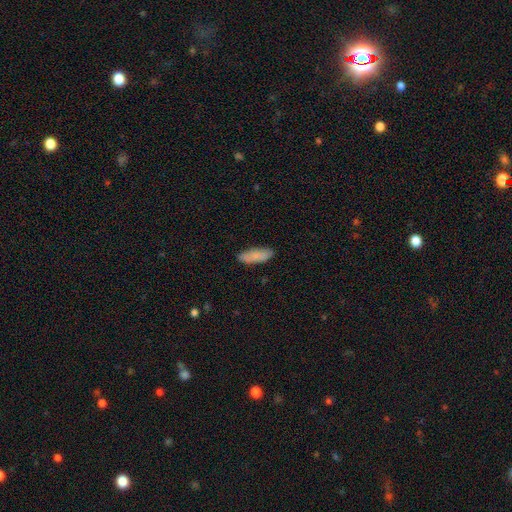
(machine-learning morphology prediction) smooth_or_featured: smooth (p=0.84) [alt: featured or disk p=0.10]
how_rounded: in between (p=0.61) [alt: cigar-shaped p=0.37]
merging: none (p=0.84) [alt: minor disturbance p=0.12]